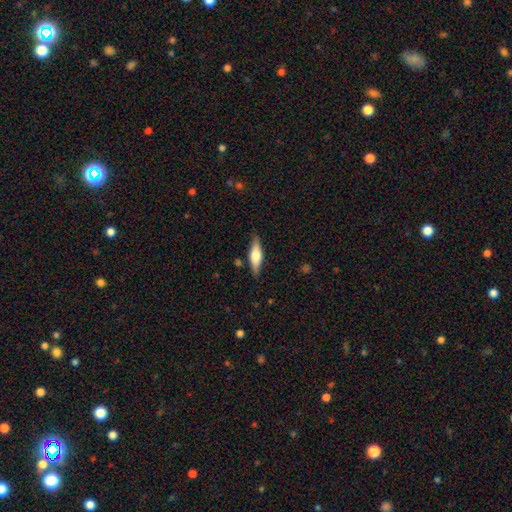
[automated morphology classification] Smooth or featured? Predicted: smooth (p=0.48). Merging? Predicted: none (p=0.84).